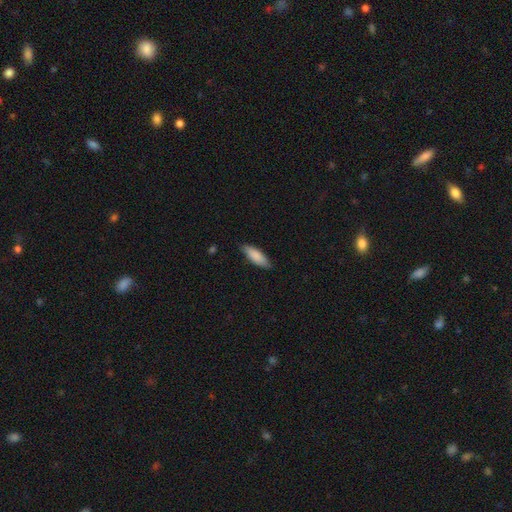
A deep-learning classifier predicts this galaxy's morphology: A smooth galaxy with no disk features (86%) that is in between round and cigar-shaped (58%). Merging: none (84%).